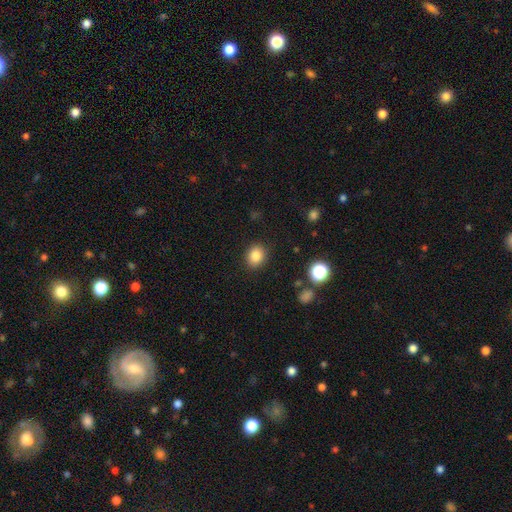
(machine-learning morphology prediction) Smooth or featured?
  - smooth: 83% *
  - star or artifact: 11%
  - featured or disk: 5%
How rounded?
  - round: 68% *
  - in between: 31%
  - cigar-shaped: 1%
Merging?
  - none: 89% *
  - minor disturbance: 7%
  - major disturbance: 2%
  - merger: 1%